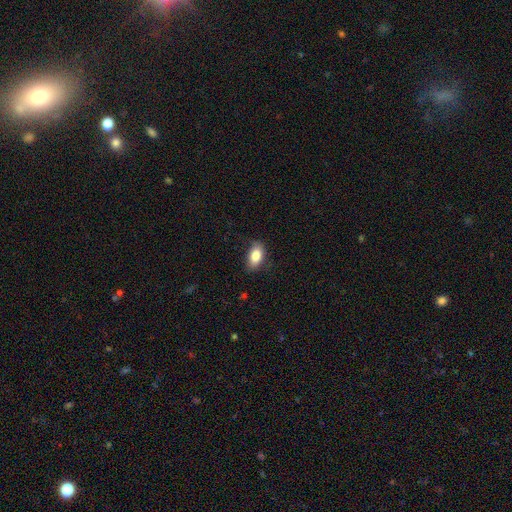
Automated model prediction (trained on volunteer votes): Smooth or featured: smooth — 84% (featured or disk — 9%)
How rounded: in between — 91% (round — 6%)
Merging: none — 76% (minor disturbance — 19%)